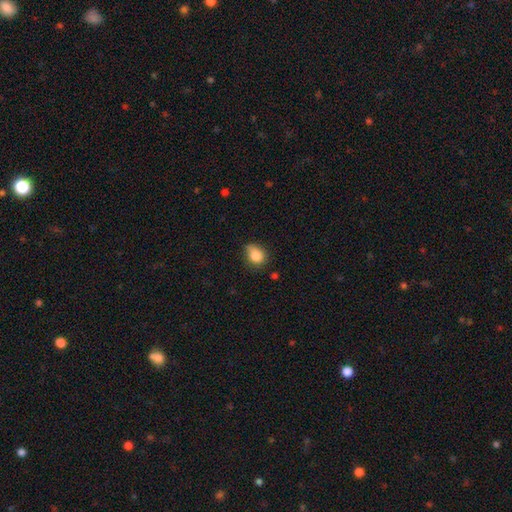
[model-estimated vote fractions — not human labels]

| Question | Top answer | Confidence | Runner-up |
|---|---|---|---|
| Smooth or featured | smooth | 84% | star or artifact (9%) |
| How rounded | in between | 58% | round (41%) |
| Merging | none | 53% | minor disturbance (36%) |